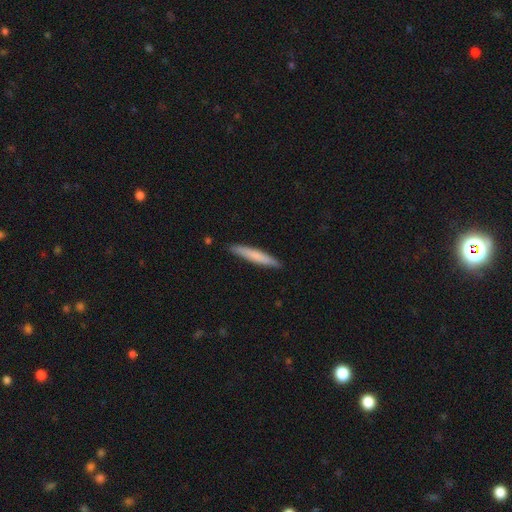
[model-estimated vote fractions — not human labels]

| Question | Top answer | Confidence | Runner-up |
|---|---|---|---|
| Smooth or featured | smooth | 73% | featured or disk (22%) |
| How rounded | cigar-shaped | 94% | in between (5%) |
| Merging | none | 90% | minor disturbance (8%) |